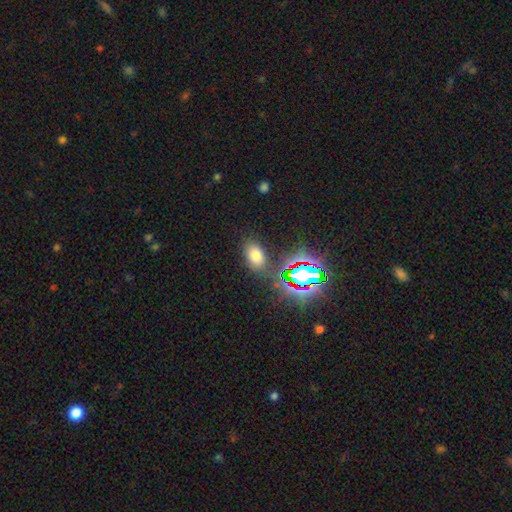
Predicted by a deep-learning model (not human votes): A smooth galaxy with no disk features (69%) that is in between round and cigar-shaped (85%).

Vote fractions:
- Smooth or featured? smooth: 69% / star or artifact: 23% / featured or disk: 9%
- How rounded? in between: 85% / round: 13% / cigar-shaped: 2%
- Merging? none: 80% / minor disturbance: 11% / merger: 4% / major disturbance: 4%